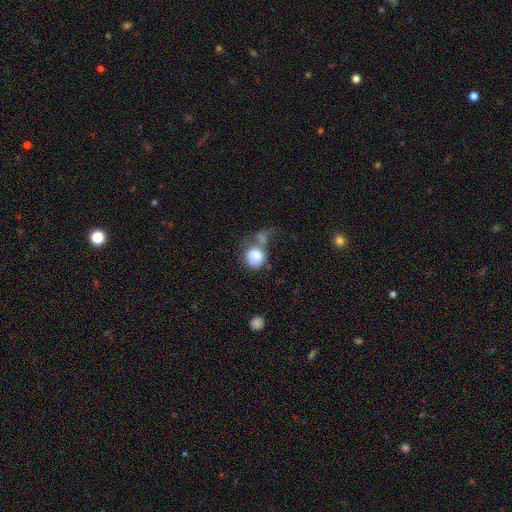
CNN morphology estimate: A smooth galaxy with no disk features (75%) that is round (74%).

Vote fractions:
- Smooth or featured? smooth: 75% / featured or disk: 17% / star or artifact: 8%
- How rounded? round: 74% / in between: 25% / cigar-shaped: 1%
- Merging? merger: 37% / none: 25% / major disturbance: 22% / minor disturbance: 15%